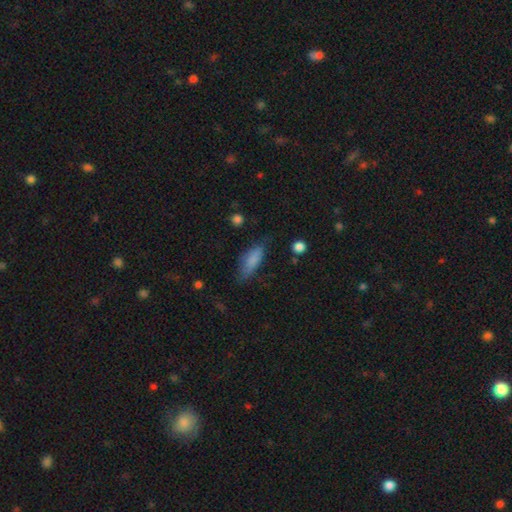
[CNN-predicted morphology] The model was most divided on "how rounded": in between: 60%, cigar-shaped: 37%, round: 2%. More confident: smooth or featured — smooth (79%); merging — none (67%).